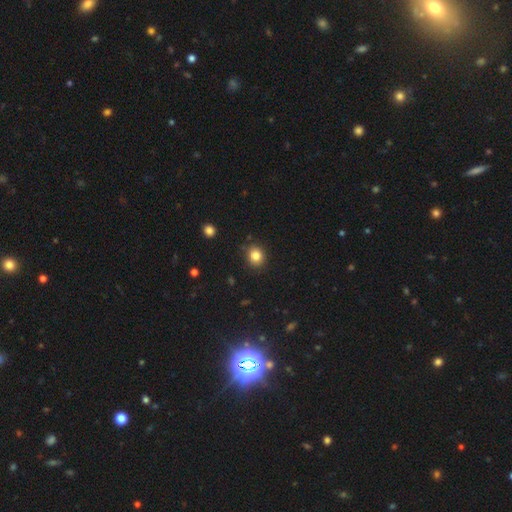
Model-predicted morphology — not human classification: smooth-or-featured: smooth: 83% | star or artifact: 11% | featured or disk: 6%
  how-rounded: round: 71% | in between: 29% | cigar-shaped: 1%
  merging: none: 85% | minor disturbance: 10% | major disturbance: 2% | merger: 2%